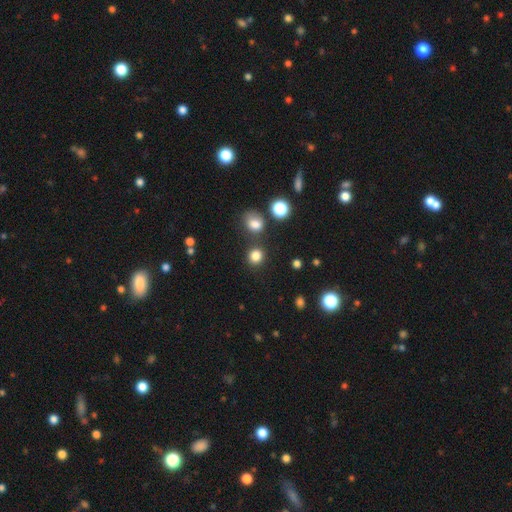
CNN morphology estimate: A smooth galaxy with no disk features (81%) that is round (86%).

Vote fractions:
- Smooth or featured? smooth: 81% / star or artifact: 14% / featured or disk: 5%
- How rounded? round: 86% / in between: 13% / cigar-shaped: 1%
- Merging? none: 79% / merger: 9% / minor disturbance: 8% / major disturbance: 4%